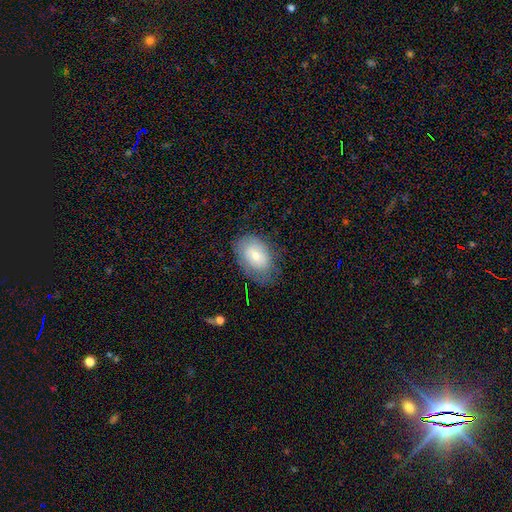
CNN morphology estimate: This is likely a smooth galaxy (65%). How rounded: clearly in between (86%). Merging: likely none (65%).